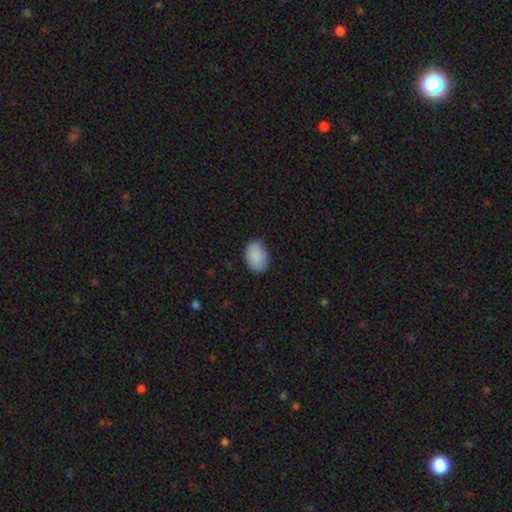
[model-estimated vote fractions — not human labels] Overall: smooth (89%). How rounded: in between (85%). Merging: none (79%).